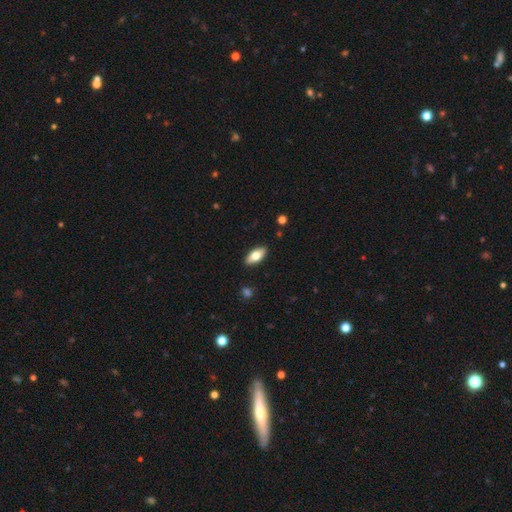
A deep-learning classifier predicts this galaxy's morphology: type=smooth (70%); roundness=in between (84%); merging=none (89%).